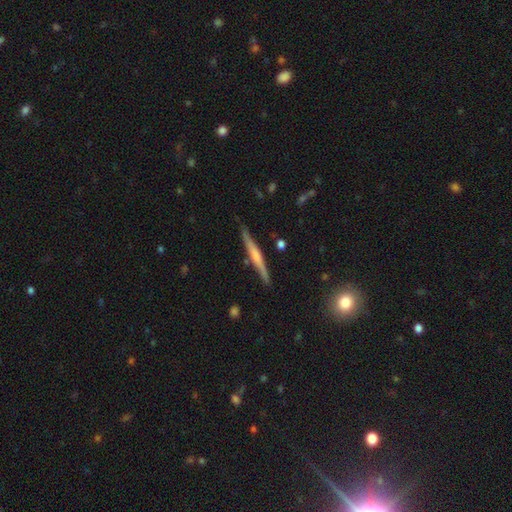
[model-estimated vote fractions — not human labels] smooth-or-featured: featured or disk: 59% | smooth: 35% | star or artifact: 6%
  disk-edge-on: yes: 97% | no: 3%
    edge-on-bulge: rounded: 41% | none: 36% | boxy: 23%
  merging: none: 85% | minor disturbance: 11% | merger: 2% | major disturbance: 2%